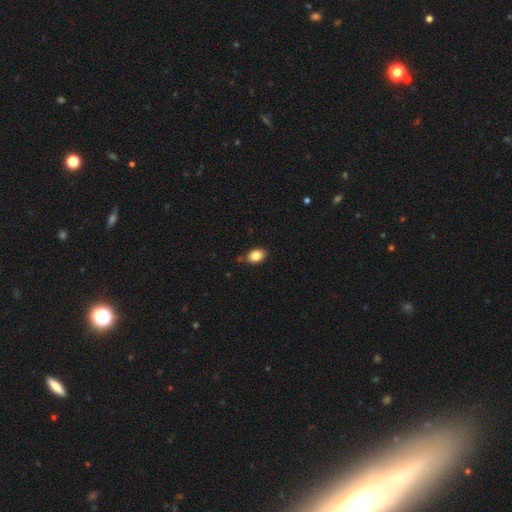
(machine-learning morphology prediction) Overall: smooth (84%). How rounded: in between (81%). Merging: none (81%).